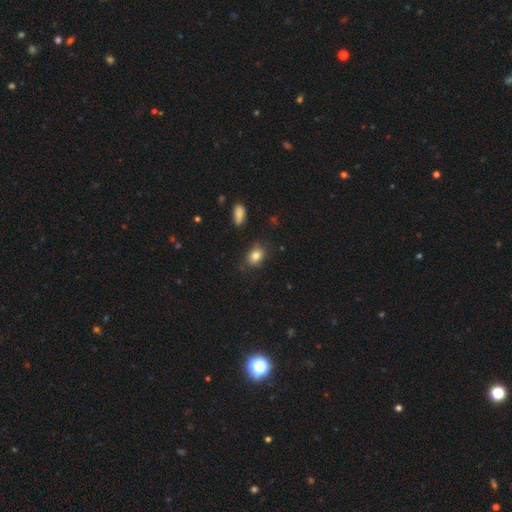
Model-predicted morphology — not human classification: Q: Smooth or featured?
A: smooth (82%); runner-up: star or artifact (10%)
Q: How rounded?
A: in between (69%); runner-up: round (29%)
Q: Merging?
A: none (73%); runner-up: minor disturbance (20%)